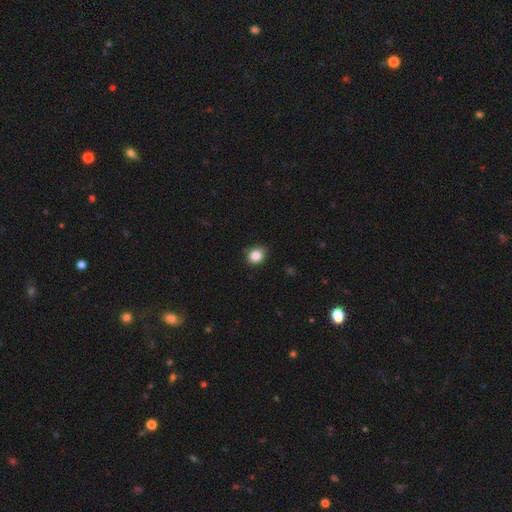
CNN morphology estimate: smooth_or_featured: smooth (p=0.85) [alt: star or artifact p=0.11]
how_rounded: round (p=0.73) [alt: in between p=0.26]
merging: none (p=0.83) [alt: minor disturbance p=0.14]